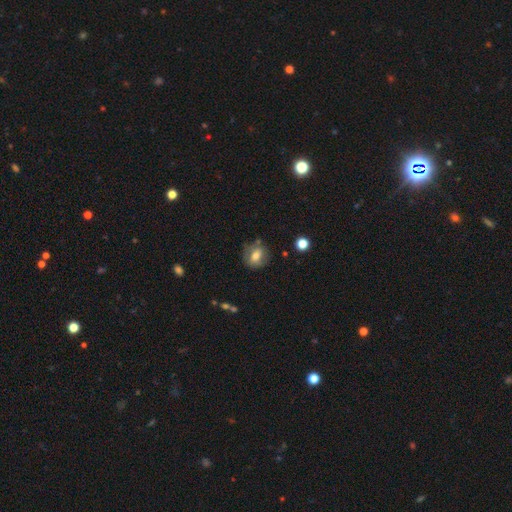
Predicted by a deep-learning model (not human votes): The model was most divided on "how rounded": round: 59%, in between: 39%, cigar-shaped: 2%. More confident: merging — none (72%); smooth or featured — smooth (68%).